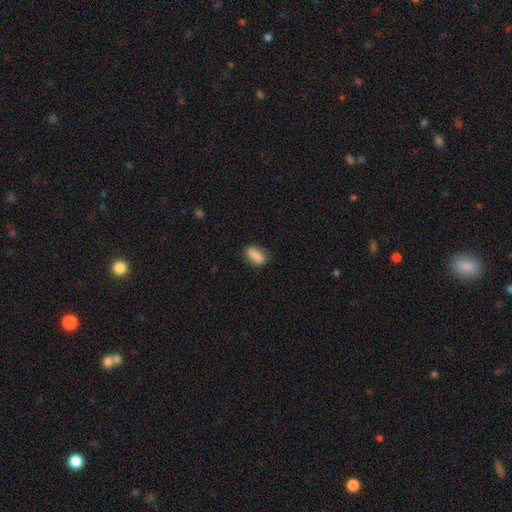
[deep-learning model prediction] smooth_or_featured: smooth (p=0.83) [alt: featured or disk p=0.09]
how_rounded: in between (p=0.82) [alt: cigar-shaped p=0.11]
merging: none (p=0.75) [alt: minor disturbance p=0.19]